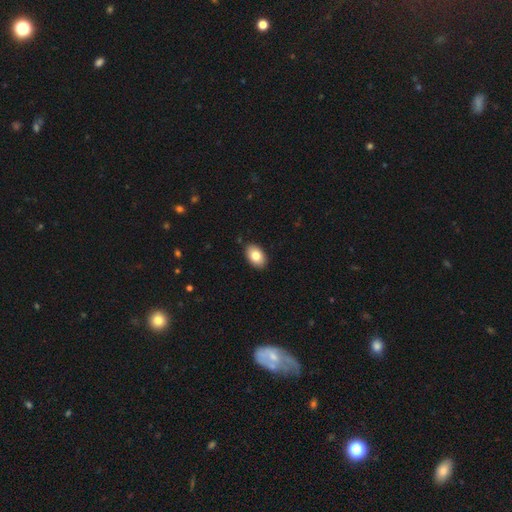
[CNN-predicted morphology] A smooth galaxy with no disk features (82%) that is in between round and cigar-shaped (90%).

Vote fractions:
- Smooth or featured? smooth: 82% / featured or disk: 11% / star or artifact: 7%
- How rounded? in between: 90% / round: 9% / cigar-shaped: 1%
- Merging? none: 89% / minor disturbance: 8% / major disturbance: 2% / merger: 1%